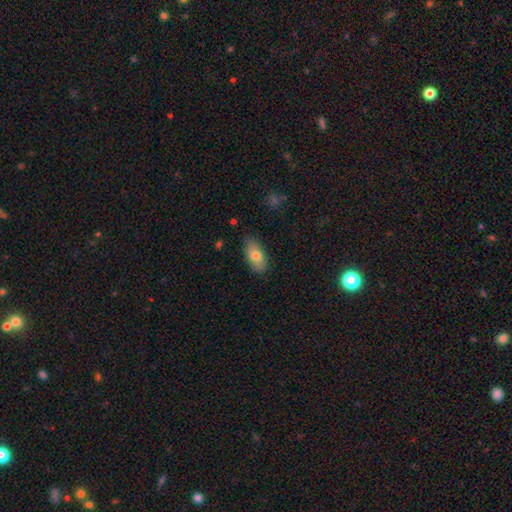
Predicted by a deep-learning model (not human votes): The model was most divided on "smooth or featured": smooth: 78%, featured or disk: 15%, star or artifact: 7%. More confident: how rounded — in between (88%); merging — none (81%).